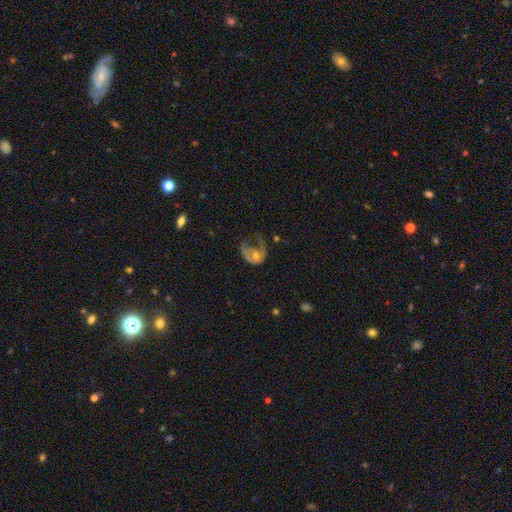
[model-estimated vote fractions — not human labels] Smooth or featured: featured or disk — 54% (smooth — 37%)
Edge-on disk: no — 97% (yes — 3%)
Bar: no — 82% (weak — 14%)
Spiral arms: no — 57% (yes — 43%)
Bulge size: moderate — 59% (small — 29%)
Merging: major disturbance — 61% (none — 18%)